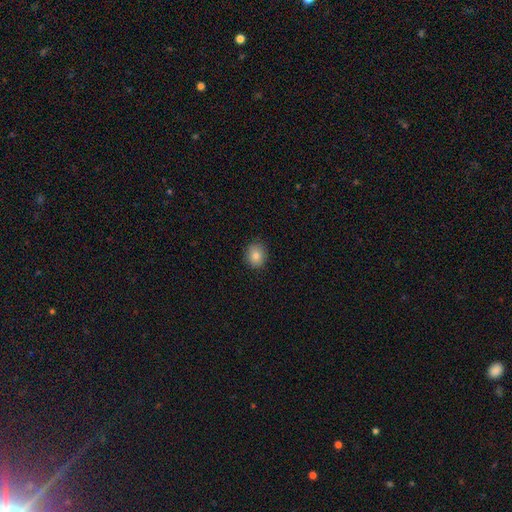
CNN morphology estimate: Q: Smooth or featured?
A: smooth (84%); runner-up: star or artifact (10%)
Q: How rounded?
A: round (70%); runner-up: in between (29%)
Q: Merging?
A: none (87%); runner-up: minor disturbance (10%)